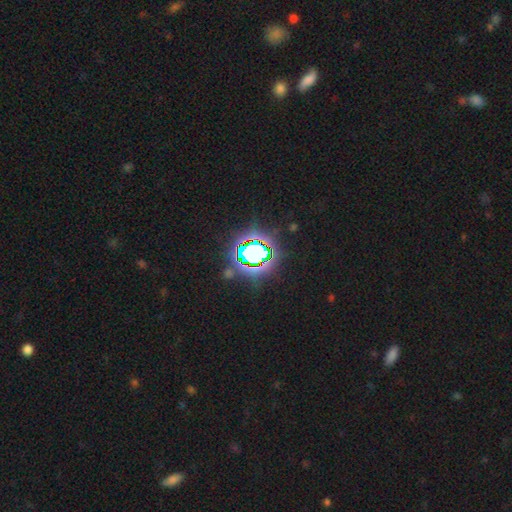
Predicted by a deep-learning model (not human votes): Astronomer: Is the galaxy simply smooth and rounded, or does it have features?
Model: star or artifact — 79%.